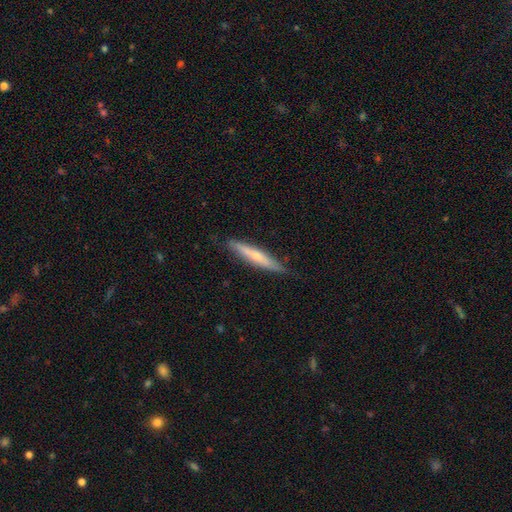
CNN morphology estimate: This appears to be a smooth galaxy with no disk features (52%) that is cigar-shaped (94%). Merging: none (84%).